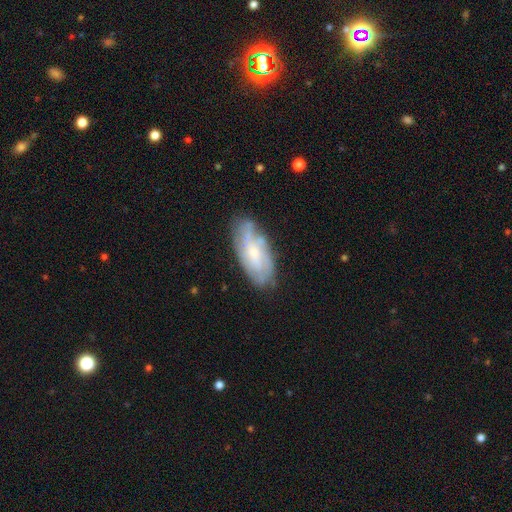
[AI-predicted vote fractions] Morphology: type=featured or disk (66%); edge-on=no (90%); bar=no (62%); spiral arms=yes (90%); winding=tight (53%); arm count=can't tell (43%); bulge=small (53%); merging=none (78%).